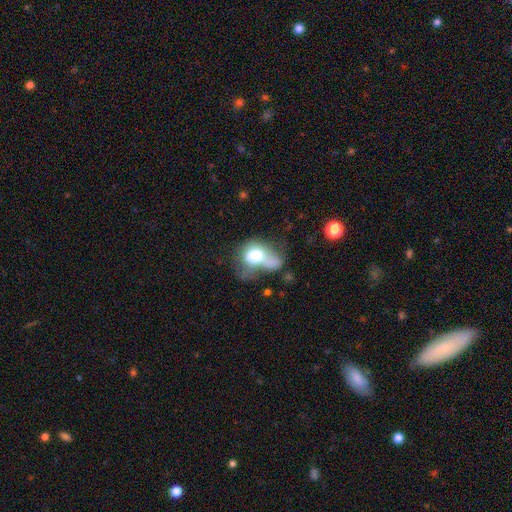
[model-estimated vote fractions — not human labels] This is likely a smooth galaxy (65%). How rounded: likely in between (68%). Merging: marginally major disturbance (37%).